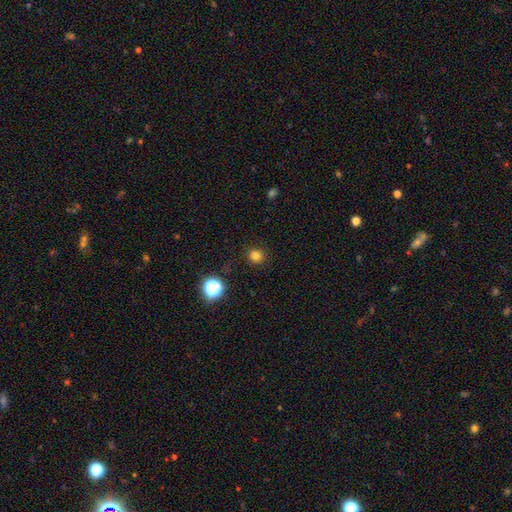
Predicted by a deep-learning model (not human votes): Morphology: type=smooth (79%); roundness=round (89%); merging=none (90%).